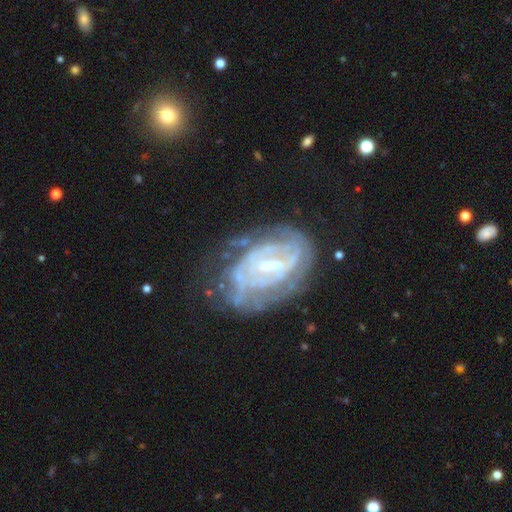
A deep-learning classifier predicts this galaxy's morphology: Overall: featured or disk (83%). Edge-on disk: no (95%). Bar: strong (43%; weak 40%). Spiral arms: yes (87%). Spiral arm count: can't tell (42%; 2 27%). Spiral winding: tight (70%). Bulge size: small (50%; moderate 39%). Merging: none (64%).